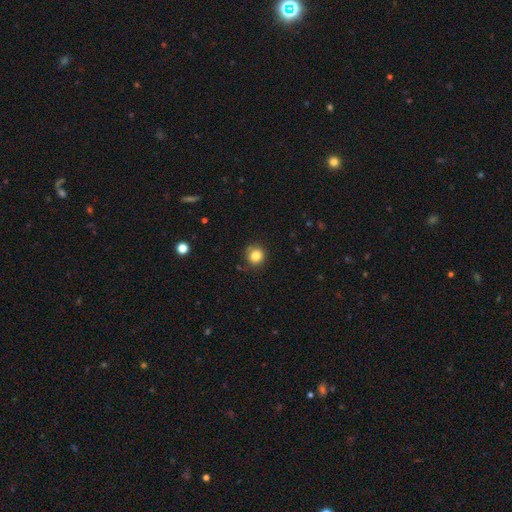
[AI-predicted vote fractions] Smooth or featured?
  - smooth: 83% *
  - star or artifact: 11%
  - featured or disk: 5%
How rounded?
  - round: 91% *
  - in between: 8%
  - cigar-shaped: 1%
Merging?
  - none: 84% *
  - minor disturbance: 12%
  - major disturbance: 3%
  - merger: 2%